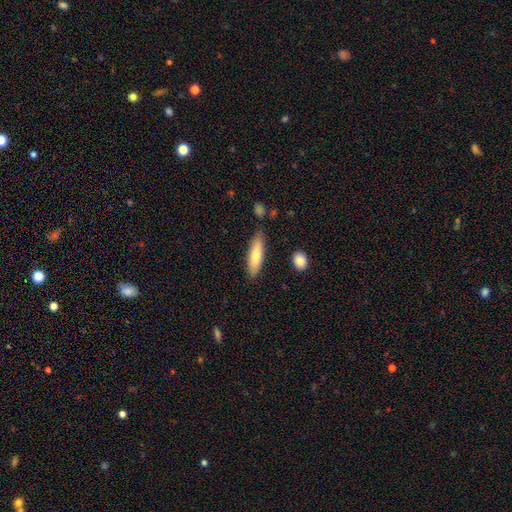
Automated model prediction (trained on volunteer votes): Smooth or featured? smooth (74%)
How rounded? cigar-shaped (66%)
Merging? none (83%)